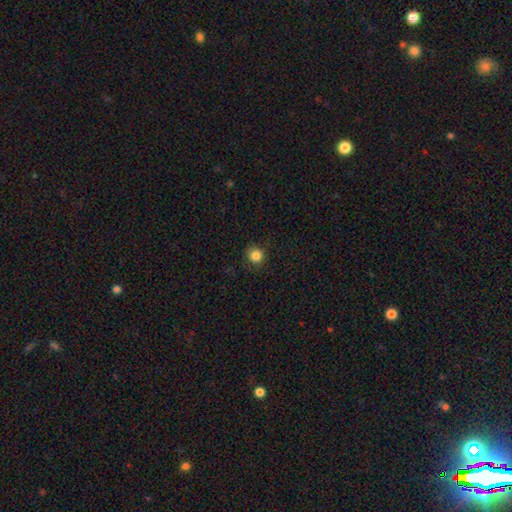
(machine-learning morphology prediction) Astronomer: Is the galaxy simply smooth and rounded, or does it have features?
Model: smooth — 85%.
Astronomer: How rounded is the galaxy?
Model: round — 93%.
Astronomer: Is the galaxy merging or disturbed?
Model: none — 87%.